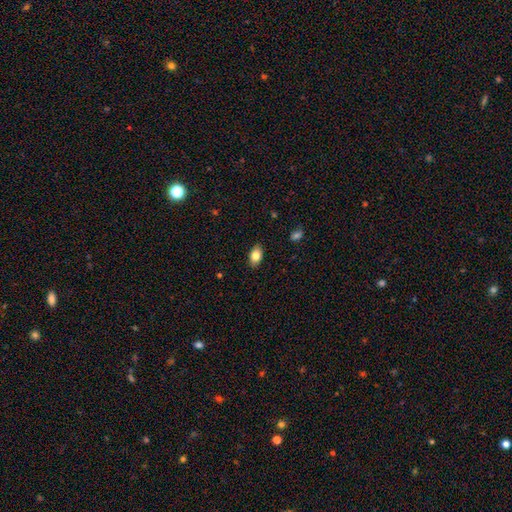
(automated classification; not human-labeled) The model was most divided on "smooth or featured": smooth: 83%, featured or disk: 10%, star or artifact: 8%. More confident: how rounded — in between (90%); merging — none (88%).